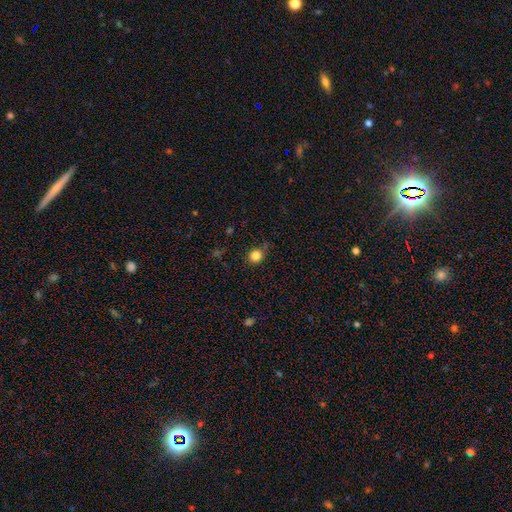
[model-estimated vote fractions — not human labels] Smooth or featured? smooth (83%)
How rounded? round (83%)
Merging? none (79%)